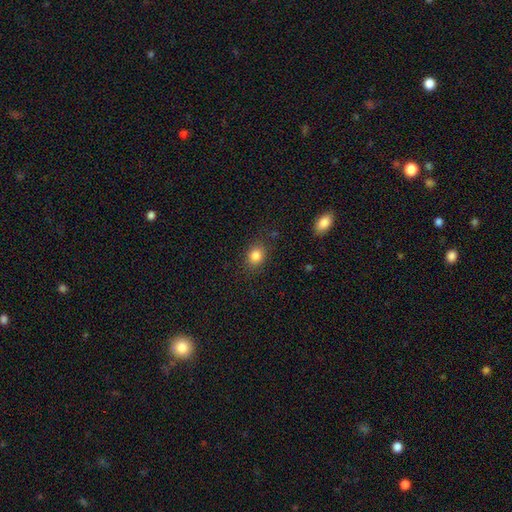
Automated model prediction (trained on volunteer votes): Morphology: type=smooth (84%); roundness=round (53%); merging=none (83%).